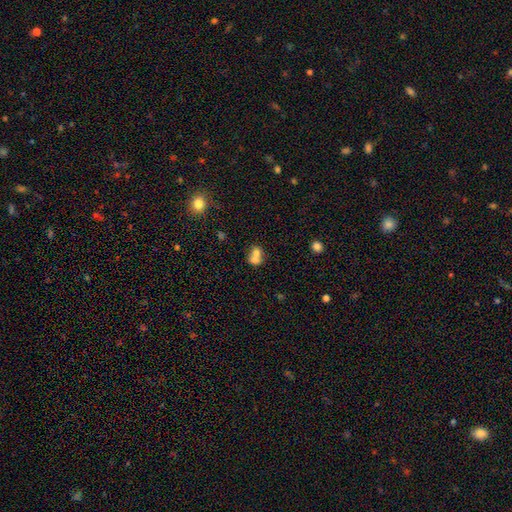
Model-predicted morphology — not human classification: This is likely a smooth galaxy (70%). How rounded: possibly round (57%). Merging: likely merger (68%).